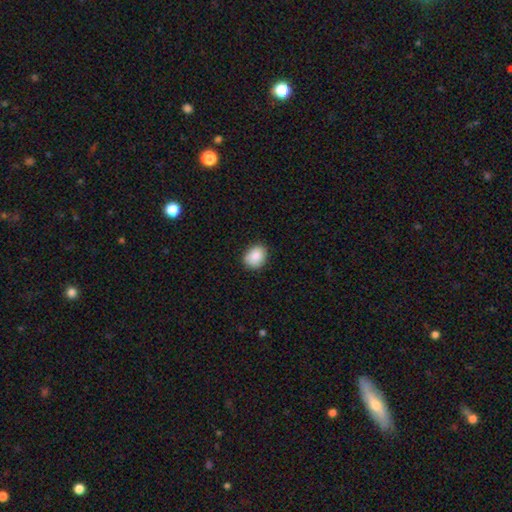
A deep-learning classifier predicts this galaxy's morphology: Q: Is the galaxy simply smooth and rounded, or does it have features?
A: smooth — 86%.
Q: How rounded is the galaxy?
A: round — 53%.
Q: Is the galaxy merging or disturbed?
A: none — 80%.